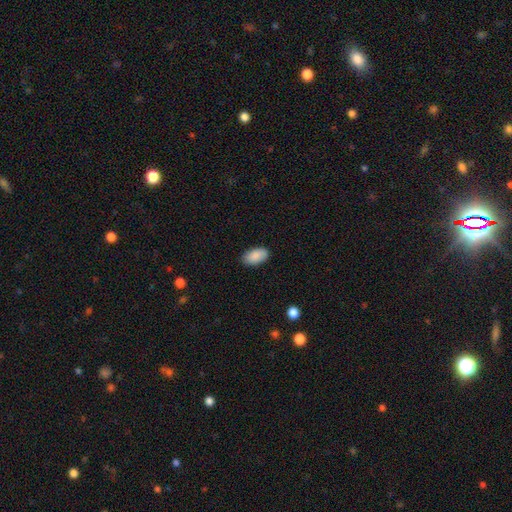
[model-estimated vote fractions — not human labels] Smooth or featured? Predicted: smooth (p=0.89). How rounded? Predicted: in between (p=0.95). Merging? Predicted: none (p=0.86).